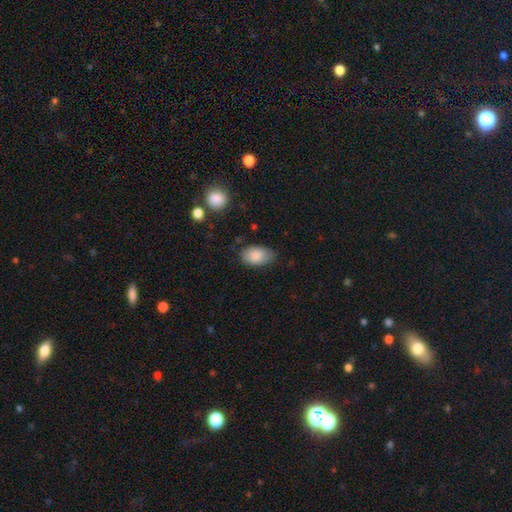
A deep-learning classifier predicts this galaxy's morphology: Q: Smooth or featured?
A: smooth (86%); runner-up: featured or disk (7%)
Q: How rounded?
A: in between (92%); runner-up: round (7%)
Q: Merging?
A: none (74%); runner-up: minor disturbance (21%)